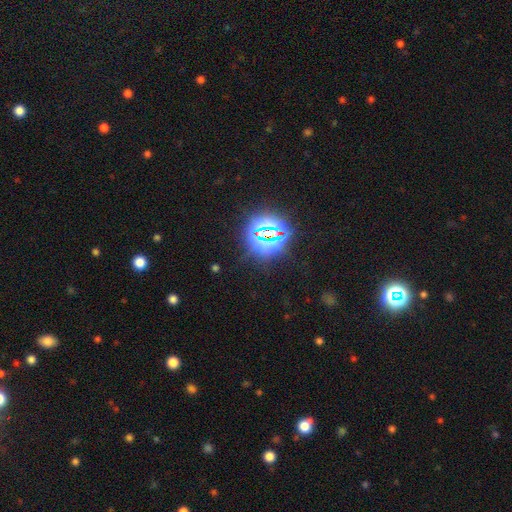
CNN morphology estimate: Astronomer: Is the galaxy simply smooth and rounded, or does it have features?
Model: star or artifact — 82%.